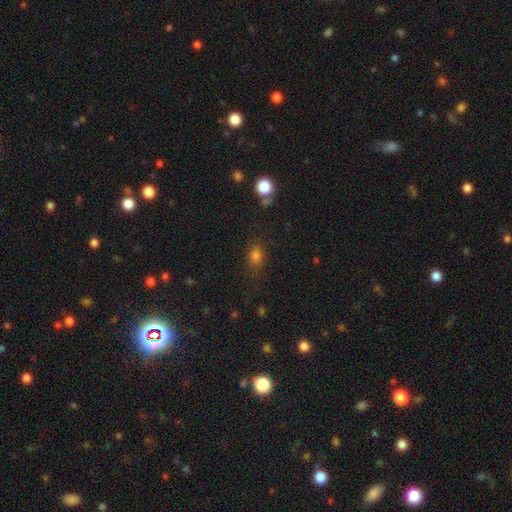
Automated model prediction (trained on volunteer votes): Smooth or featured: smooth — 73% (star or artifact — 18%)
How rounded: in between — 64% (round — 32%)
Merging: none — 74% (minor disturbance — 17%)